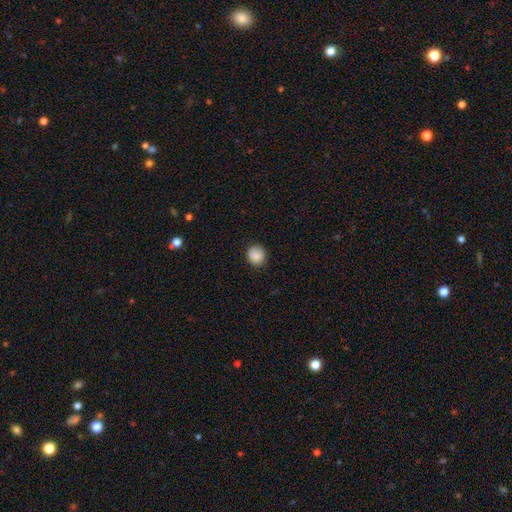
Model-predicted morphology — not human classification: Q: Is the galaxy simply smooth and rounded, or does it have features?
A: smooth — 87%.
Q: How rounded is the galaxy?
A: round — 85%.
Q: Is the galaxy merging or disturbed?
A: none — 82%.